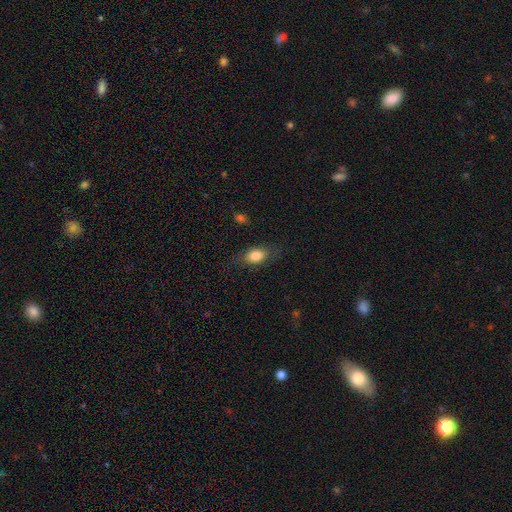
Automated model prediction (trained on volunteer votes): Q: Smooth or featured?
A: smooth (80%); runner-up: featured or disk (13%)
Q: How rounded?
A: in between (81%); runner-up: round (14%)
Q: Merging?
A: none (76%); runner-up: minor disturbance (17%)